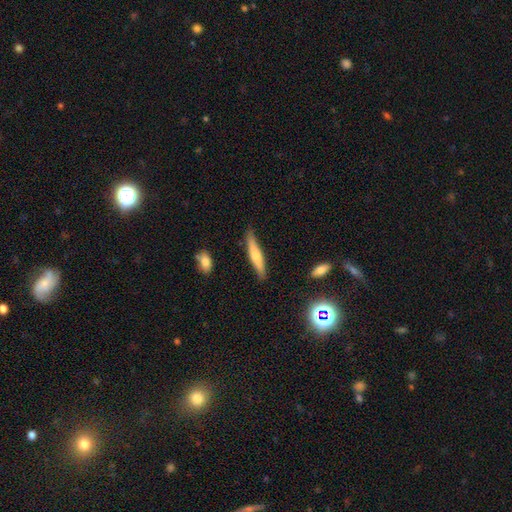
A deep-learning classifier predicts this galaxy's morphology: Smooth or featured? Predicted: smooth (p=0.58). How rounded? Predicted: cigar-shaped (p=0.90). Merging? Predicted: none (p=0.82).